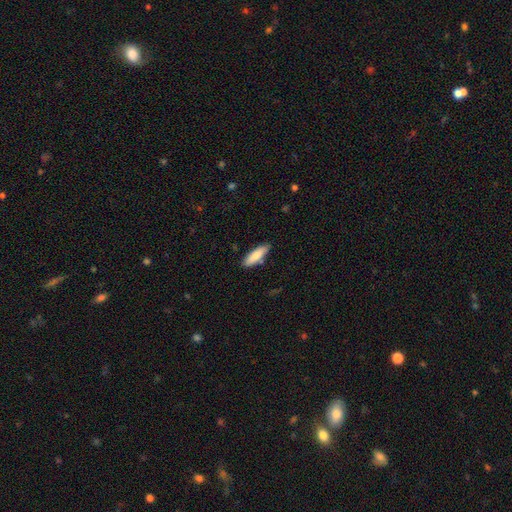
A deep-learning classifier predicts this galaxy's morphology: Overall: smooth (82%). How rounded: in between (51%; cigar-shaped 47%). Merging: none (81%).